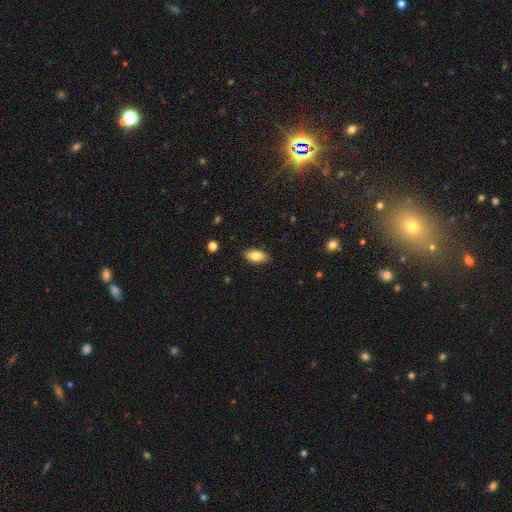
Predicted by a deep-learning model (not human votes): smooth-or-featured: smooth: 81% | featured or disk: 11% | star or artifact: 7%
  how-rounded: in between: 90% | cigar-shaped: 6% | round: 3%
  merging: none: 88% | minor disturbance: 9% | major disturbance: 2% | merger: 1%